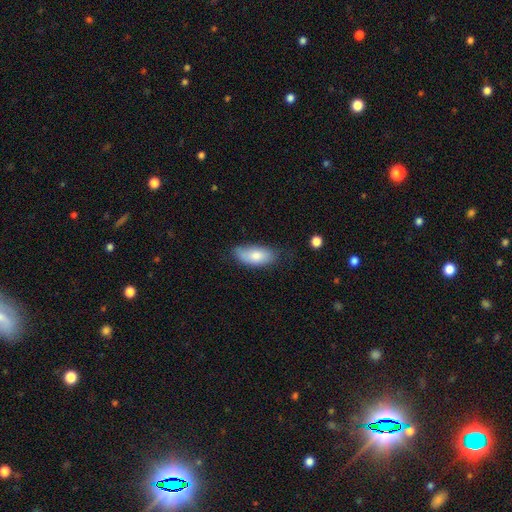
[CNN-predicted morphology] Smooth or featured?
  - smooth: 78% *
  - featured or disk: 15%
  - star or artifact: 6%
How rounded?
  - in between: 90% *
  - cigar-shaped: 8%
  - round: 3%
Merging?
  - none: 61% *
  - minor disturbance: 29%
  - major disturbance: 7%
  - merger: 3%